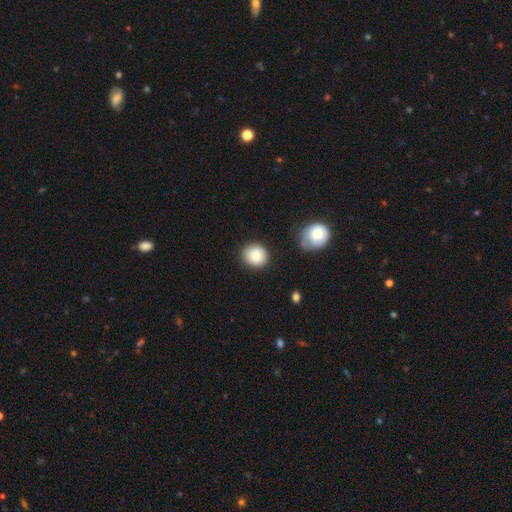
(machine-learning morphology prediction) smooth-or-featured: smooth: 86% | star or artifact: 7% | featured or disk: 7%
  how-rounded: round: 77% | in between: 22% | cigar-shaped: 1%
  merging: none: 81% | minor disturbance: 13% | merger: 3% | major disturbance: 3%